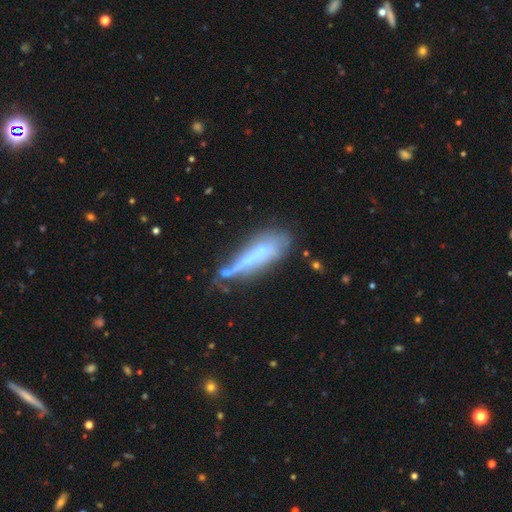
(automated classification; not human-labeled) Smooth or featured? featured or disk (51%)
Edge-on disk? no (50%, tied with yes)
Merging? none (35%)